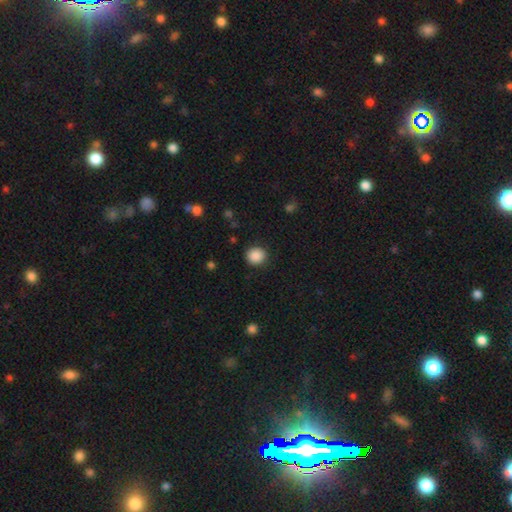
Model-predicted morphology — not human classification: Smooth or featured? smooth (88%)
How rounded? round (85%)
Merging? none (90%)